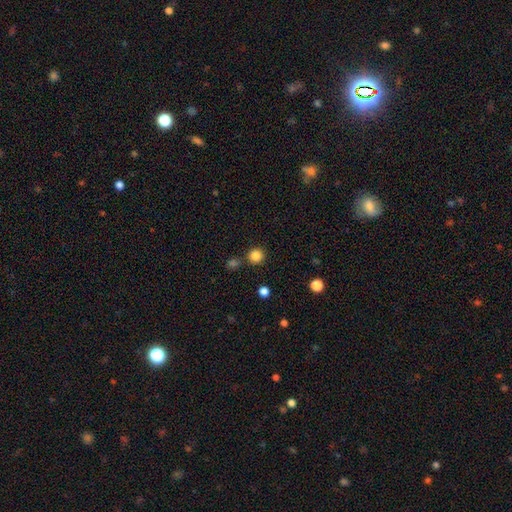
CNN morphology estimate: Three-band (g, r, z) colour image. It shows a smooth galaxy with no disk features (84%) that is round (95%). Merging: none (84%).